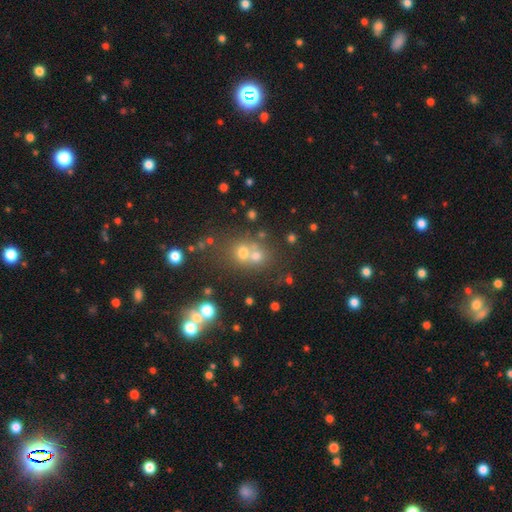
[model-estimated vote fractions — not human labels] Morphology: type=smooth (60%); roundness=round (76%); merging=merger (49%).